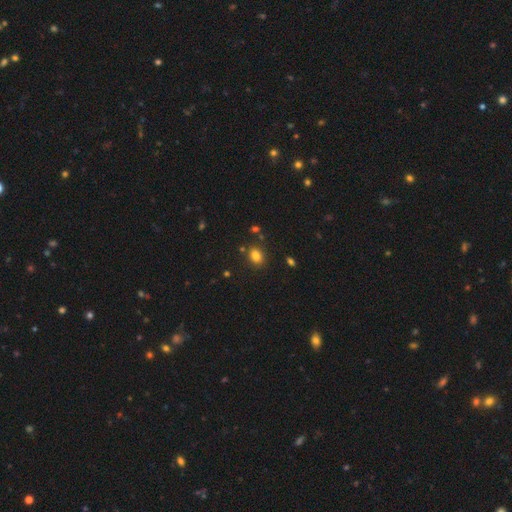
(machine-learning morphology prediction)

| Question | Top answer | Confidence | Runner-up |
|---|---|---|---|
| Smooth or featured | smooth | 82% | star or artifact (12%) |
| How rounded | in between | 60% | round (39%) |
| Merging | none | 83% | minor disturbance (10%) |